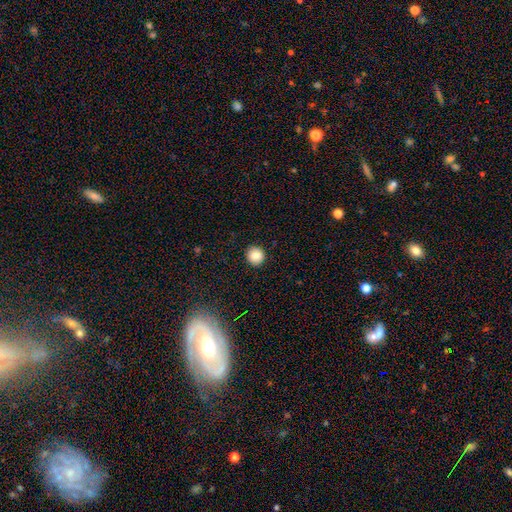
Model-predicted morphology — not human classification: smooth 86%, star or artifact 10%, featured or disk 5%. Down the decision tree: how rounded — round (91%); merging — none (92%).